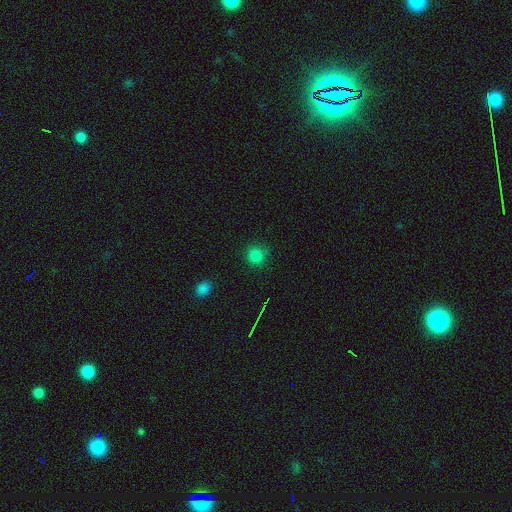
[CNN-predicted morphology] Overall: smooth (81%). How rounded: round (91%). Merging: none (86%).